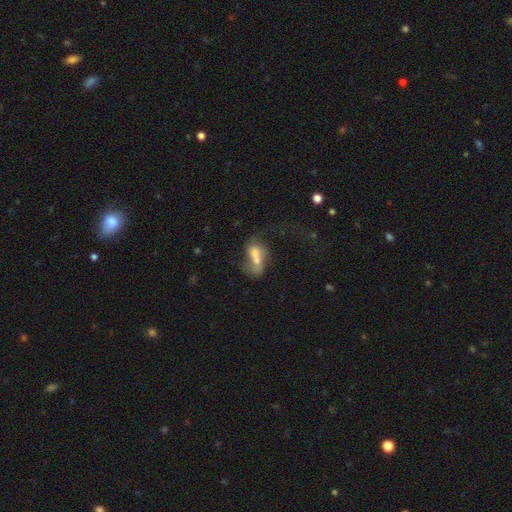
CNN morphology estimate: A smooth galaxy with no disk features (53%) that is in between round and cigar-shaped (80%).

Vote fractions:
- Smooth or featured? smooth: 53% / featured or disk: 36% / star or artifact: 11%
- How rounded? in between: 80% / round: 14% / cigar-shaped: 6%
- Merging? merger: 60% / none: 16% / major disturbance: 14% / minor disturbance: 10%